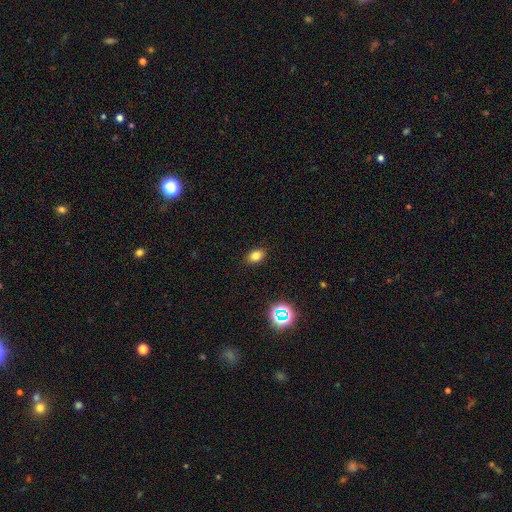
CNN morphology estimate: A smooth galaxy with no disk features (78%) that is in between round and cigar-shaped (80%). Merging: none (88%).